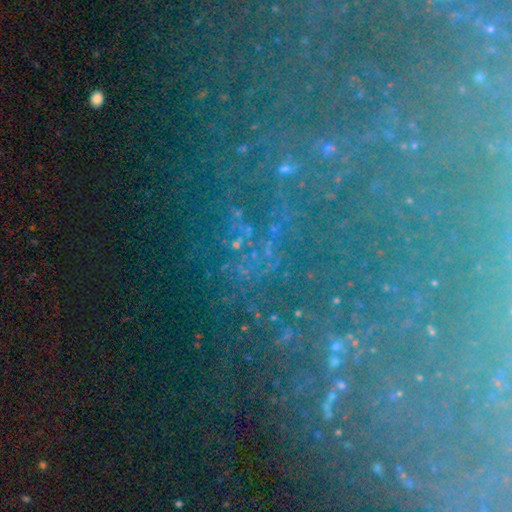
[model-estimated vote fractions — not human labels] Q: Smooth or featured?
A: star or artifact (77%); runner-up: featured or disk (13%)